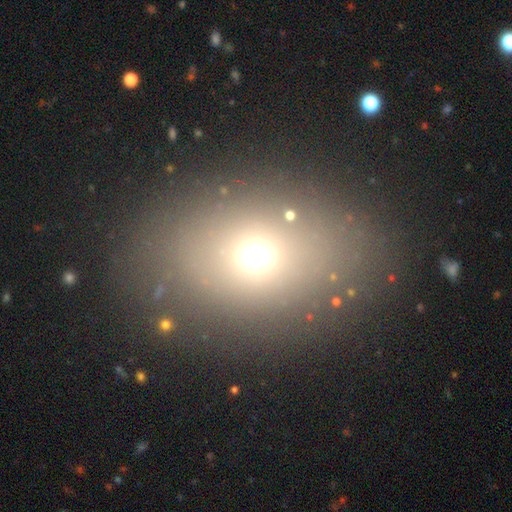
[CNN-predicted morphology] Q: Smooth or featured?
A: smooth (65%); runner-up: star or artifact (21%)
Q: How rounded?
A: in between (65%); runner-up: round (33%)
Q: Merging?
A: none (82%); runner-up: minor disturbance (9%)